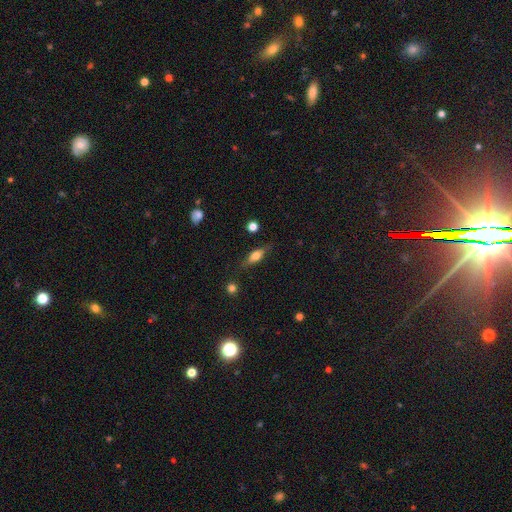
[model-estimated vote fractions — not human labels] This is likely a smooth galaxy (65%). How rounded: likely in between (65%). Merging: likely none (77%).